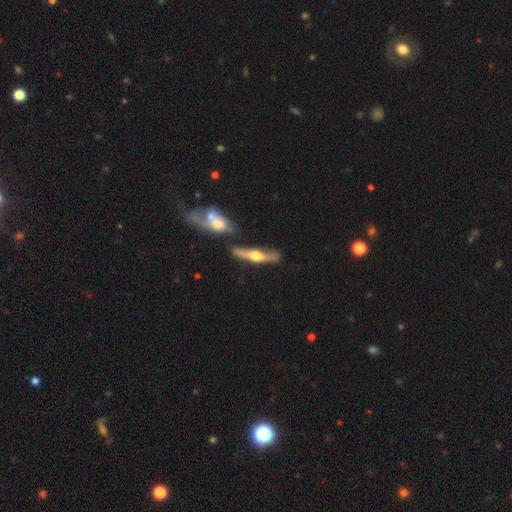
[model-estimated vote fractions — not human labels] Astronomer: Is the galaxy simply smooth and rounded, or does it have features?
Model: featured or disk — 70%.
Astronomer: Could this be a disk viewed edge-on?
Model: yes — 91%.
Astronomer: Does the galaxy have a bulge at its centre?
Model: rounded — 94%.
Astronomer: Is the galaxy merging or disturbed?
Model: none — 66%.